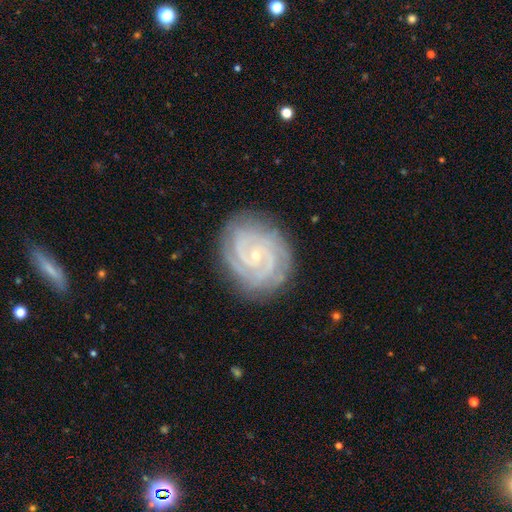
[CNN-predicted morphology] A featured or disk galaxy (89%) with no bar (67%), 2 (30%) tight (78%) spiral arms (98%) and a small central bulge (84%).

Vote fractions:
- Smooth or featured? featured or disk: 89% / star or artifact: 6% / smooth: 5%
- Edge-on disk? no: 98% / yes: 2%
- Bar? no: 67% / weak: 25% / strong: 8%
- Spiral arms? yes: 98% / no: 2%
- Spiral winding? tight: 78% / medium: 20% / loose: 2%
- Spiral arm count? 2: 30% / 3: 29% / 4: 14% / can't tell: 13% / more than 4: 7% / 1: 6%
- Bulge size? small: 84% / moderate: 12% / none: 2% / large: 1% / dominant: 1%
- Merging? none: 83% / minor disturbance: 13% / major disturbance: 3% / merger: 1%